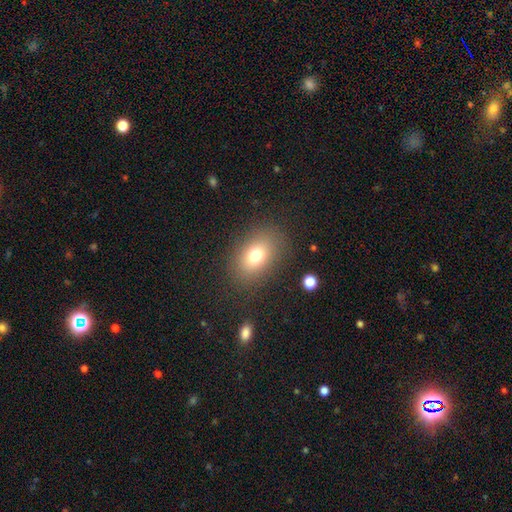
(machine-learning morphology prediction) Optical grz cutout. It shows a smooth galaxy with no disk features (75%) that is in between round and cigar-shaped (75%). Merging: none (84%).